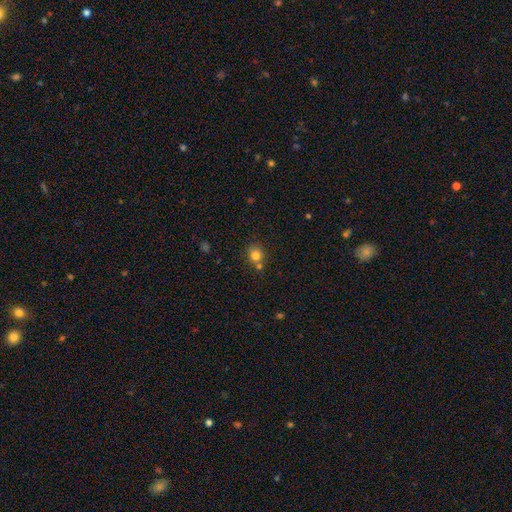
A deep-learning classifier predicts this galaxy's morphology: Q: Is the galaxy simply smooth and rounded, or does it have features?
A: smooth — 78%.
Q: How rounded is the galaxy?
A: round — 79%.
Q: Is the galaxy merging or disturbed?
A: none — 64%.